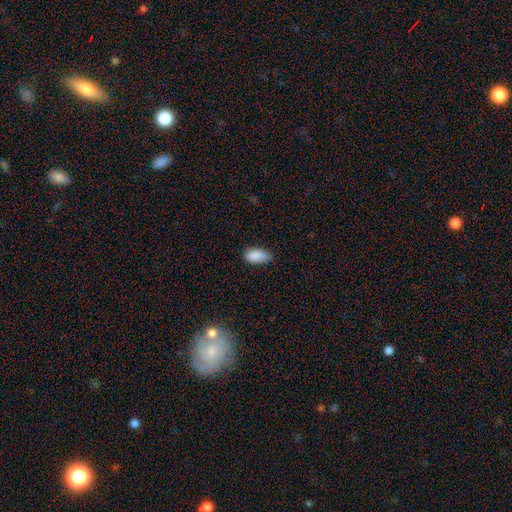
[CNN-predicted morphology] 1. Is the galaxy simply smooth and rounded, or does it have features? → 89% smooth, 8% star or artifact, 4% featured or disk.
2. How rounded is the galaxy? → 92% in between, 4% cigar-shaped, 3% round.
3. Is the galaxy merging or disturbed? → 62% none, 32% minor disturbance, 5% major disturbance, 1% merger.